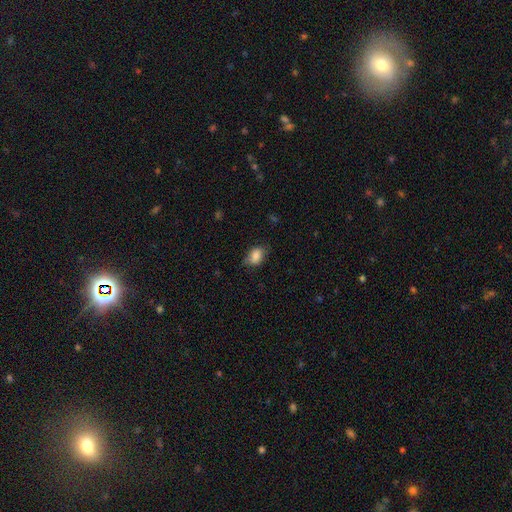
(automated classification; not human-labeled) Smooth or featured? Predicted: smooth (p=0.82). How rounded? Predicted: in between (p=0.78). Merging? Predicted: none (p=0.66).